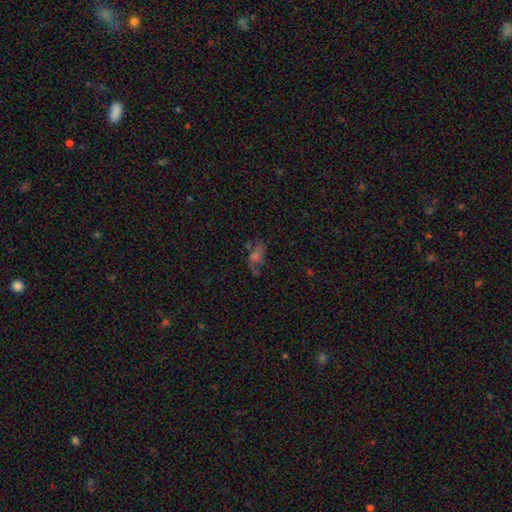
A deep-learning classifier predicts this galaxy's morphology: Smooth or featured?
  - featured or disk: 38% *
  - star or artifact: 31%
  - smooth: 31%
Merging?
  - none: 52% *
  - major disturbance: 21%
  - minor disturbance: 20%
  - merger: 7%